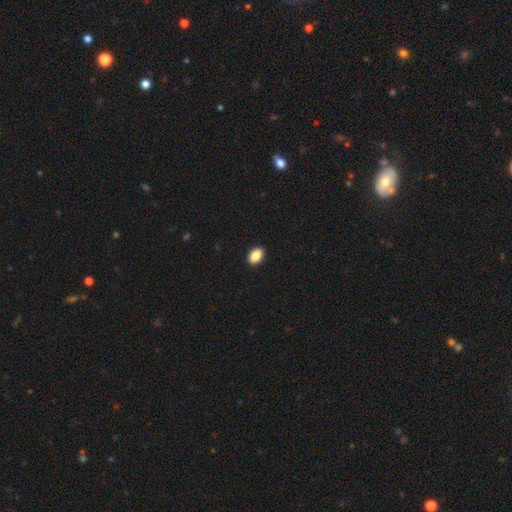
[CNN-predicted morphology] Smooth or featured? smooth (88%)
How rounded? in between (86%)
Merging? none (92%)